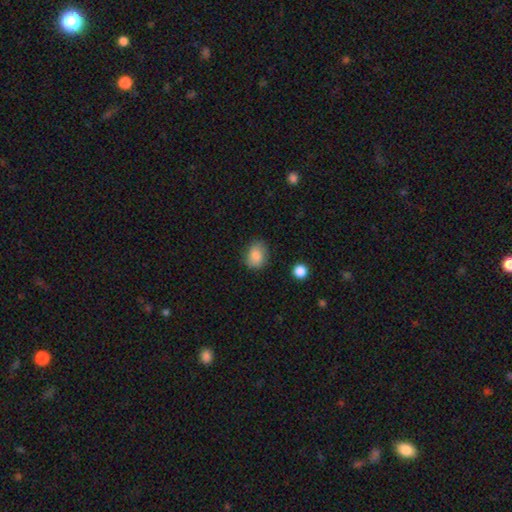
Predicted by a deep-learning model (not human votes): Morphology: type=smooth (83%); roundness=in between (52%); merging=none (77%).